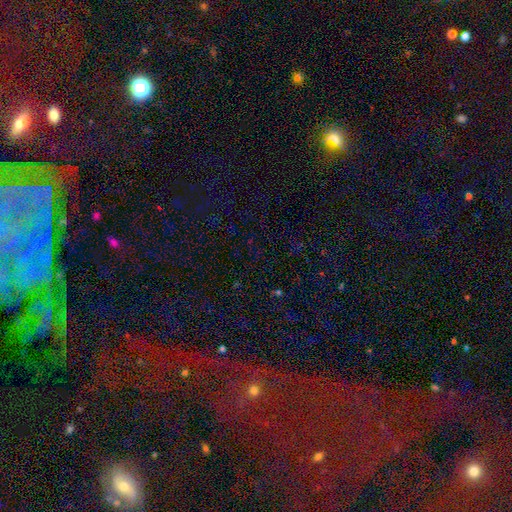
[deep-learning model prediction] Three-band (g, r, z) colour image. It shows a star or artifact, not a galaxy (66%).